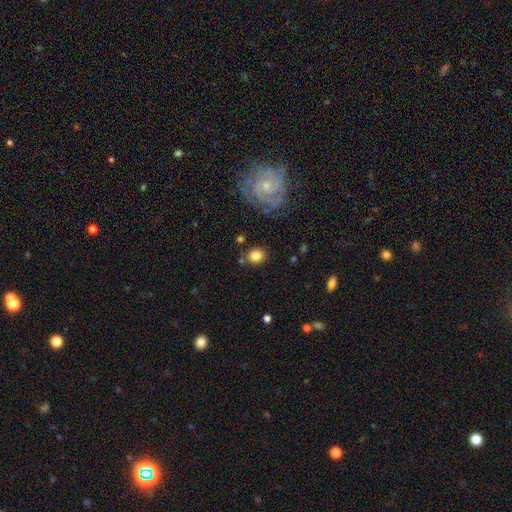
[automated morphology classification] type=smooth (81%); roundness=round (73%); merging=none (80%).